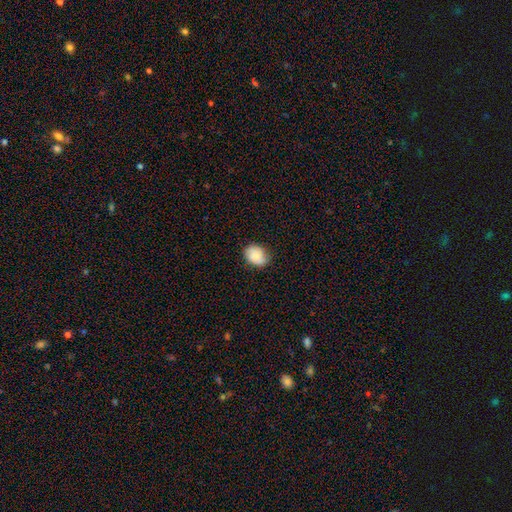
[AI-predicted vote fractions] Overall: smooth (78%). How rounded: in between (63%; round 36%). Merging: none (76%).